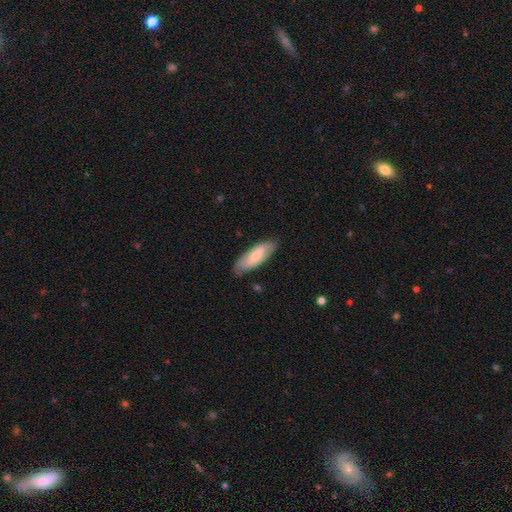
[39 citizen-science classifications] Q: Smooth or featured?
A: smooth (82%); runner-up: featured or disk (15%)
Q: How rounded?
A: in between (72%); runner-up: cigar-shaped (28%)
Q: Merging?
A: none (95%); runner-up: minor disturbance (5%)